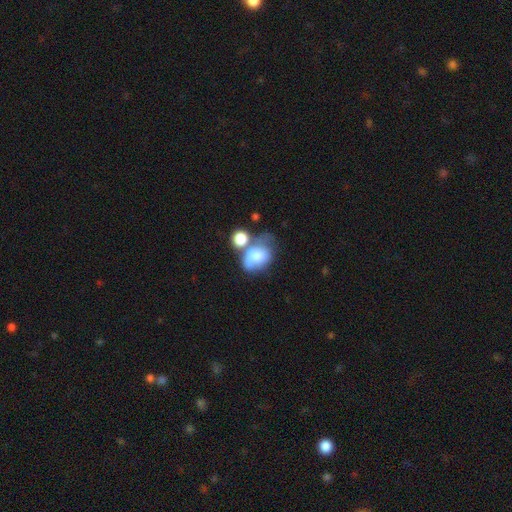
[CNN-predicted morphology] Smooth or featured: smooth — 60% (featured or disk — 31%)
How rounded: in between — 66% (round — 33%)
Merging: merger — 38% (major disturbance — 23%)